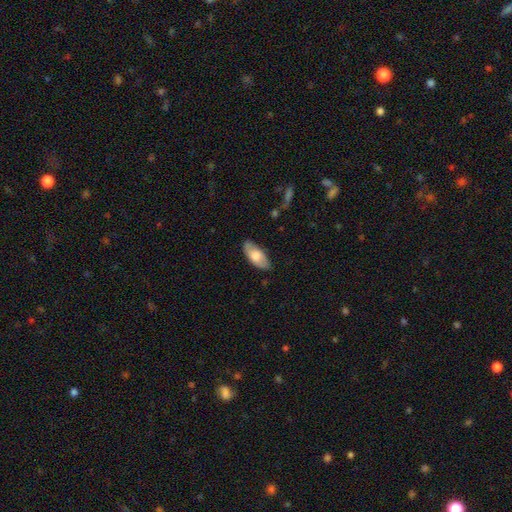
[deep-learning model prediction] Smooth or featured? smooth (65%)
How rounded? in between (89%)
Merging? none (78%)